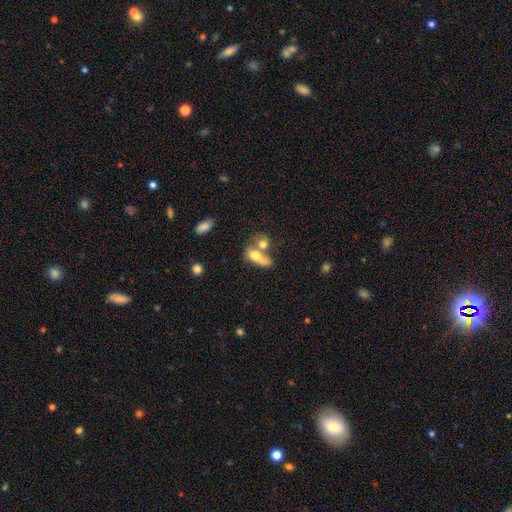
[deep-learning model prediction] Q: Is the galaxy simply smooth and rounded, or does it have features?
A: smooth — 68%.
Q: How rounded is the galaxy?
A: in between — 69%.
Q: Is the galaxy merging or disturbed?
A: merger — 63%.